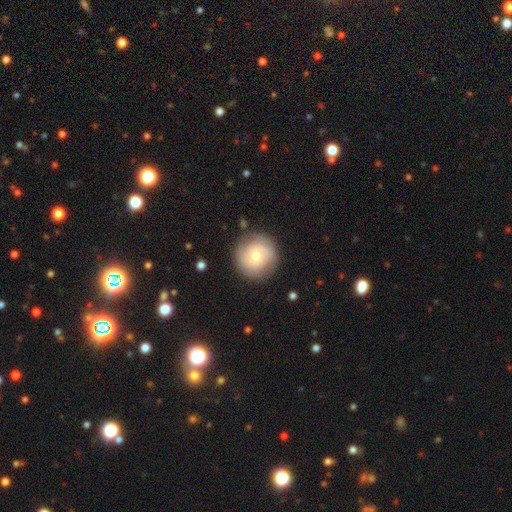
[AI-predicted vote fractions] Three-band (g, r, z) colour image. It shows a smooth galaxy with no disk features (52%) that is round (94%). Merging: none (83%).